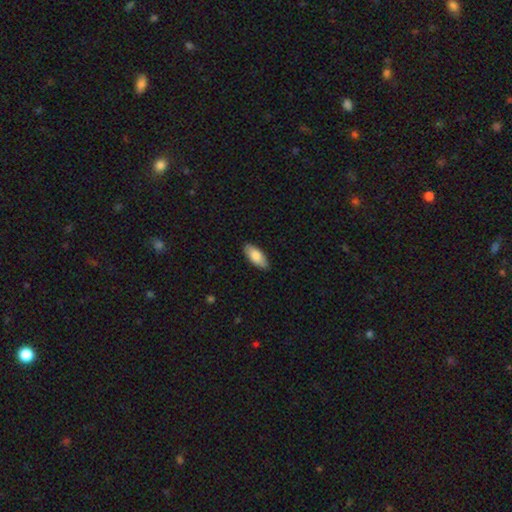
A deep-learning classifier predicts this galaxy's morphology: Q: Smooth or featured?
A: smooth (83%); runner-up: featured or disk (11%)
Q: How rounded?
A: in between (85%); runner-up: cigar-shaped (13%)
Q: Merging?
A: none (86%); runner-up: minor disturbance (11%)